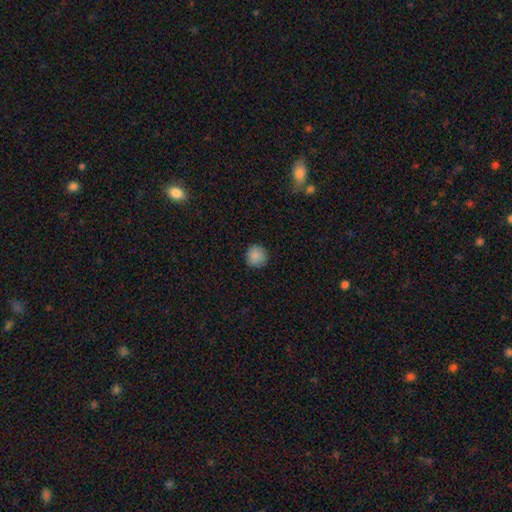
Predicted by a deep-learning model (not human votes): Smooth or featured?
  - smooth: 86% *
  - star or artifact: 9%
  - featured or disk: 4%
How rounded?
  - round: 92% *
  - in between: 7%
  - cigar-shaped: 1%
Merging?
  - none: 85% *
  - minor disturbance: 11%
  - major disturbance: 2%
  - merger: 1%